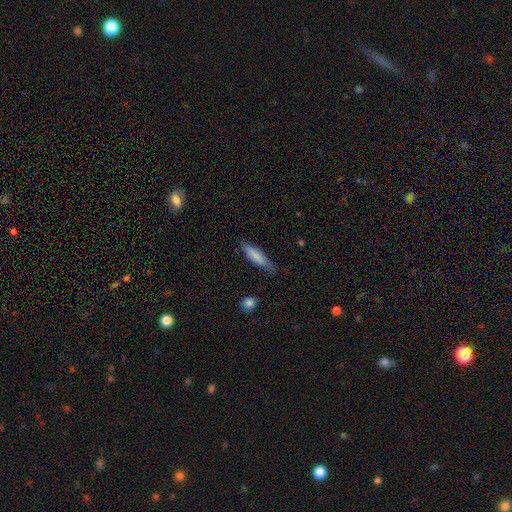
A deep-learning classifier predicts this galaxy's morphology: A smooth galaxy with no disk features (76%) that is cigar-shaped (68%). Merging: none (73%).